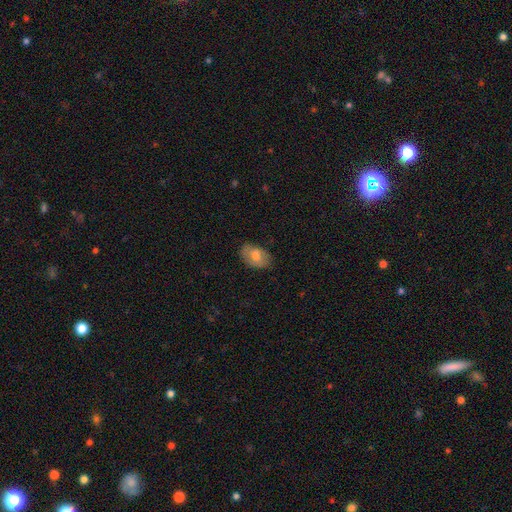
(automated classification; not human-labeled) Smooth or featured? Predicted: smooth (p=0.68). How rounded? Predicted: in between (p=0.87). Merging? Predicted: none (p=0.75).